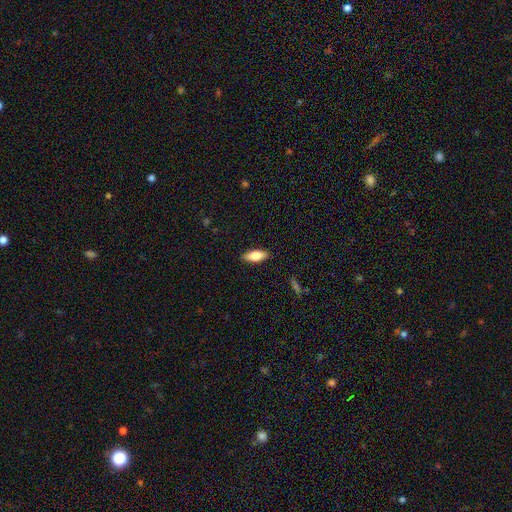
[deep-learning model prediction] Smooth or featured: smooth — 73% (featured or disk — 21%)
How rounded: in between — 76% (cigar-shaped — 21%)
Merging: none — 88% (minor disturbance — 9%)